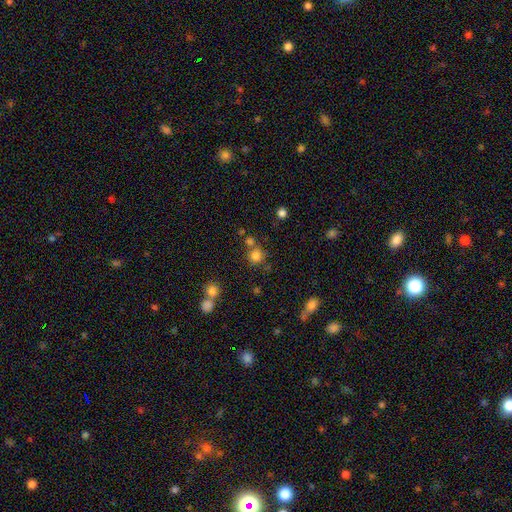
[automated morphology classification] type=smooth (79%); roundness=round (90%); merging=none (66%).